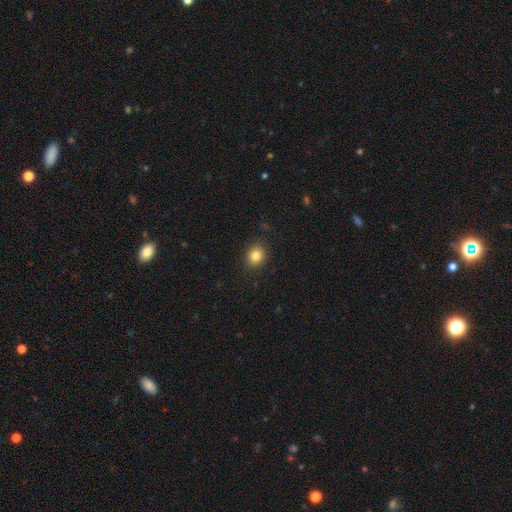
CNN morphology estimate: A smooth galaxy with no disk features (82%) that is round (67%).

Vote fractions:
- Smooth or featured? smooth: 82% / star or artifact: 11% / featured or disk: 7%
- How rounded? round: 67% / in between: 32% / cigar-shaped: 1%
- Merging? none: 89% / minor disturbance: 8% / major disturbance: 2% / merger: 1%